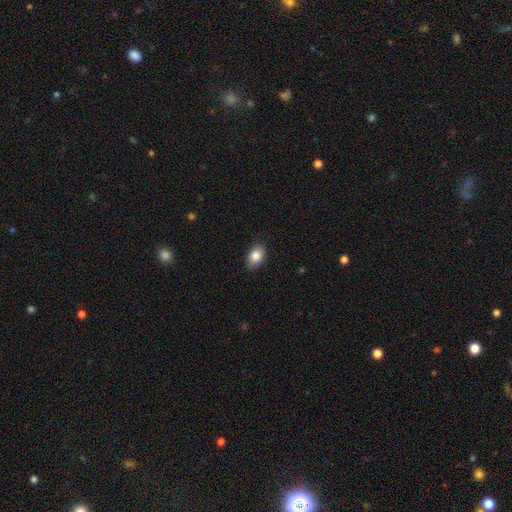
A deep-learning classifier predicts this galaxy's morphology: type=smooth (86%); roundness=in between (83%); merging=none (85%).